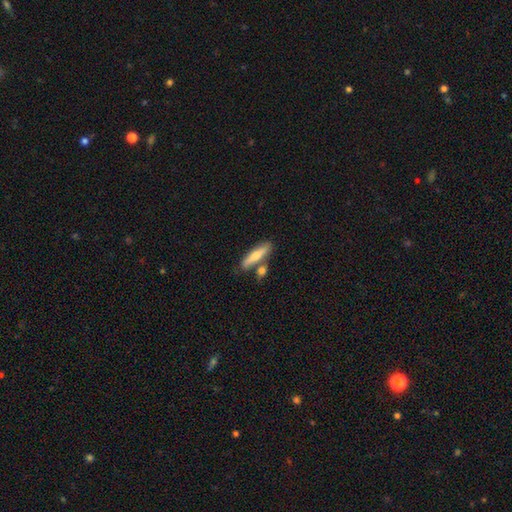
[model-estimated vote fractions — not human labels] smooth 59%, featured or disk 35%, star or artifact 6%. Down the decision tree: how rounded — cigar-shaped (76%); merging — none (70%).